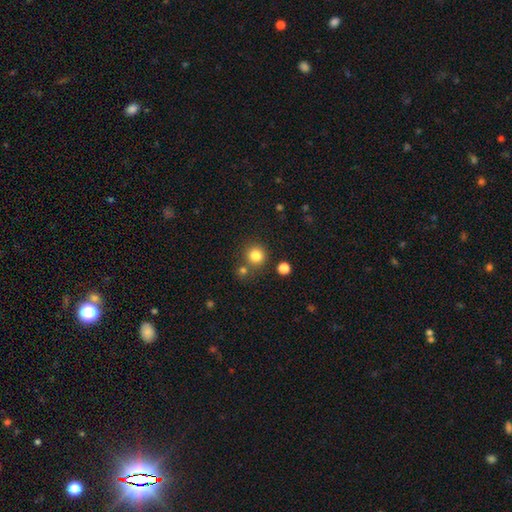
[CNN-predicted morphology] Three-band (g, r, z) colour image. It shows a smooth galaxy with no disk features (82%) that is round (93%). Merging: none (77%).